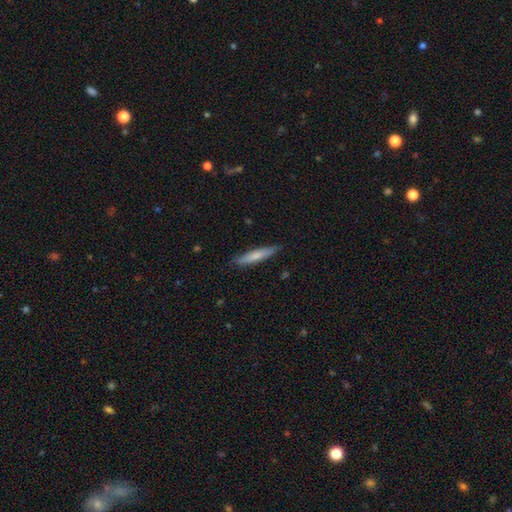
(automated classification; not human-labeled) smooth-or-featured: smooth: 66% | featured or disk: 28% | star or artifact: 5%
  how-rounded: cigar-shaped: 91% | in between: 8% | round: 1%
  merging: none: 86% | minor disturbance: 11% | major disturbance: 2% | merger: 1%